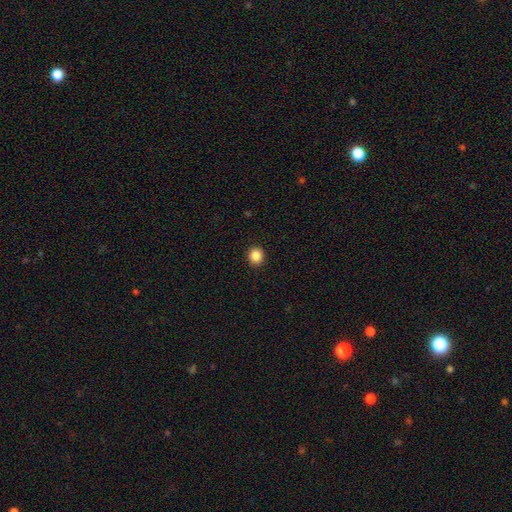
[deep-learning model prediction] A smooth galaxy with no disk features (86%) that is round (87%). Merging: none (93%).